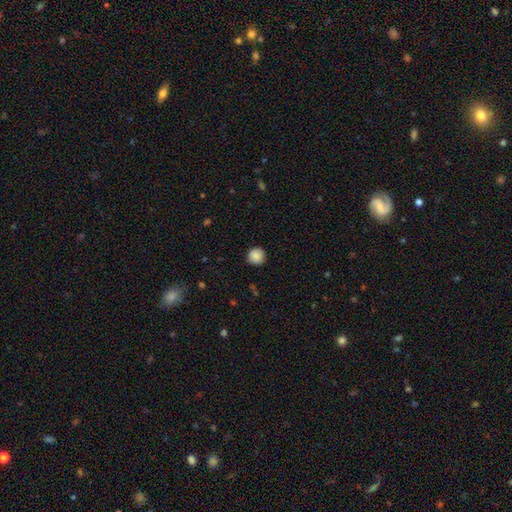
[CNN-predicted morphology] Smooth or featured? Predicted: smooth (p=0.87). How rounded? Predicted: round (p=0.94). Merging? Predicted: none (p=0.87).